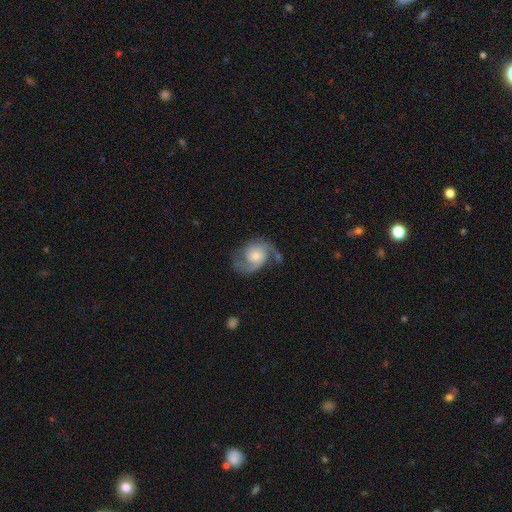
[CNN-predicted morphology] smooth_or_featured: featured or disk (p=0.83) [alt: smooth p=0.11]
disk_edge_on: no (p=0.98) [alt: yes p=0.02]
bar: no (p=0.68) [alt: weak p=0.27]
has_spiral_arms: yes (p=0.96) [alt: no p=0.04]
spiral_winding: medium (p=0.51) [alt: loose p=0.32]
spiral_arm_count: 2 (p=0.88) [alt: 1 p=0.05]
bulge_size: moderate (p=0.45) [alt: small p=0.31]
merging: none (p=0.62) [alt: minor disturbance p=0.21]